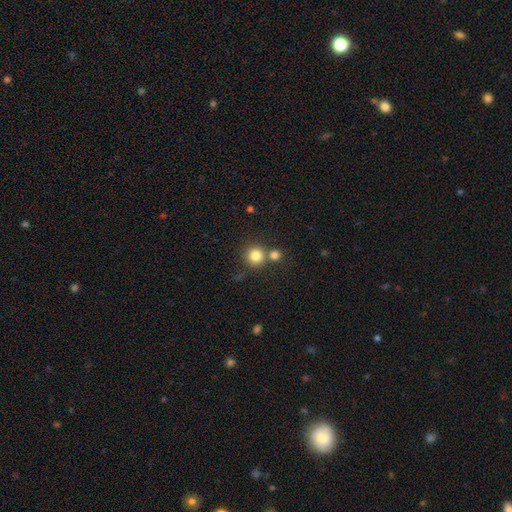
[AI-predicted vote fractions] Smooth or featured? Predicted: smooth (p=0.81). How rounded? Predicted: round (p=0.93). Merging? Predicted: none (p=0.65).